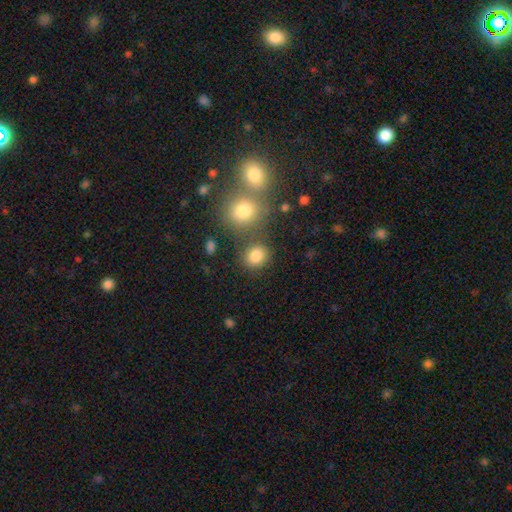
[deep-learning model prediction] Smooth or featured?
  - smooth: 81% *
  - star or artifact: 13%
  - featured or disk: 6%
How rounded?
  - round: 75% *
  - in between: 24%
  - cigar-shaped: 1%
Merging?
  - none: 71% *
  - merger: 14%
  - minor disturbance: 11%
  - major disturbance: 4%